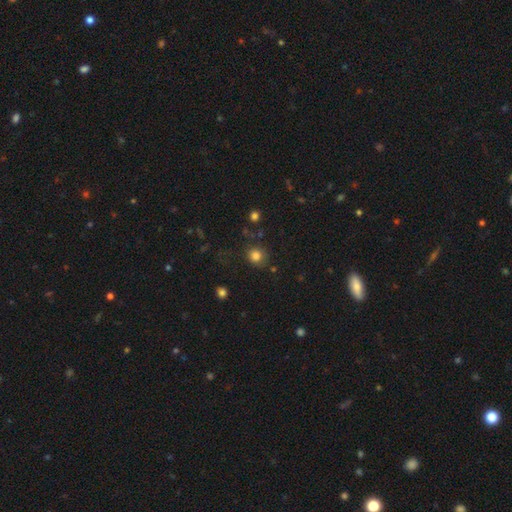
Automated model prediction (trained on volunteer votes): Q: Smooth or featured?
A: smooth (81%); runner-up: star or artifact (13%)
Q: How rounded?
A: round (84%); runner-up: in between (16%)
Q: Merging?
A: none (78%); runner-up: minor disturbance (13%)